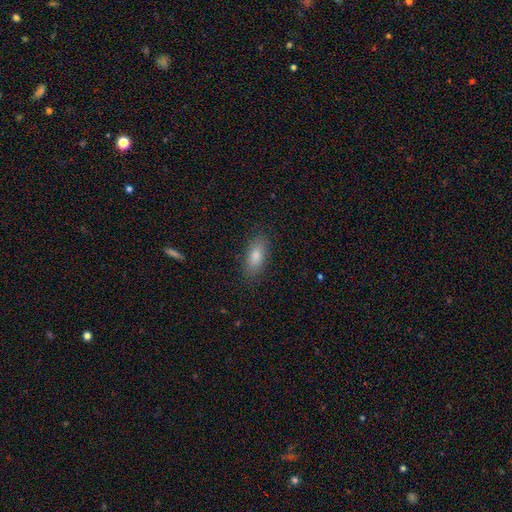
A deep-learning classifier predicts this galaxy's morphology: This is likely a smooth galaxy (77%). How rounded: likely in between (79%). Merging: clearly none (86%).